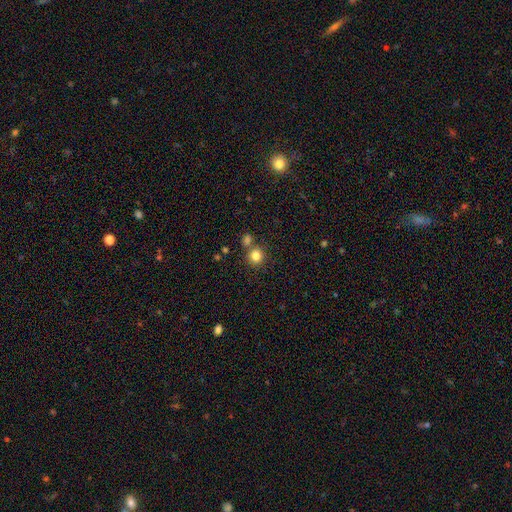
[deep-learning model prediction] Morphology: type=smooth (82%); roundness=round (91%); merging=none (72%).